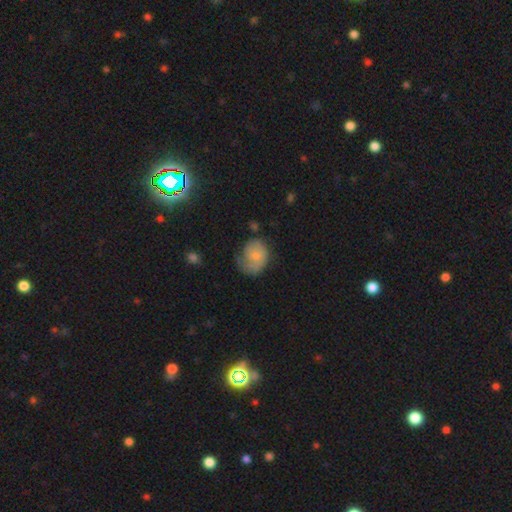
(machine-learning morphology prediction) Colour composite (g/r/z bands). It shows a smooth galaxy with no disk features (59%) that is round (56%). Merging: none (40%).